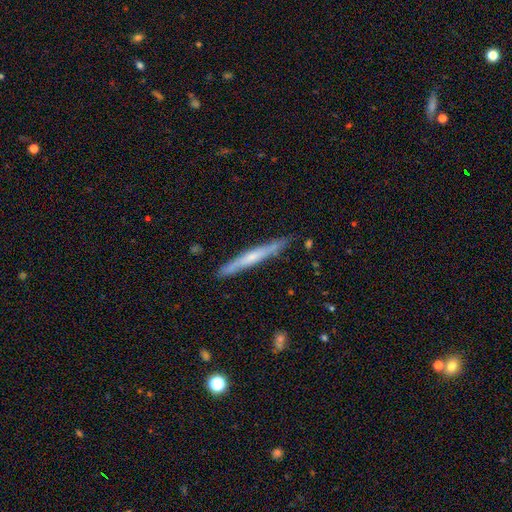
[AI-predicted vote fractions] smooth_or_featured: featured or disk (p=0.54) [alt: smooth p=0.39]
disk_edge_on: yes (p=0.95) [alt: no p=0.05]
edge_on_bulge: none (p=0.57) [alt: rounded p=0.37]
merging: none (p=0.88) [alt: minor disturbance p=0.09]